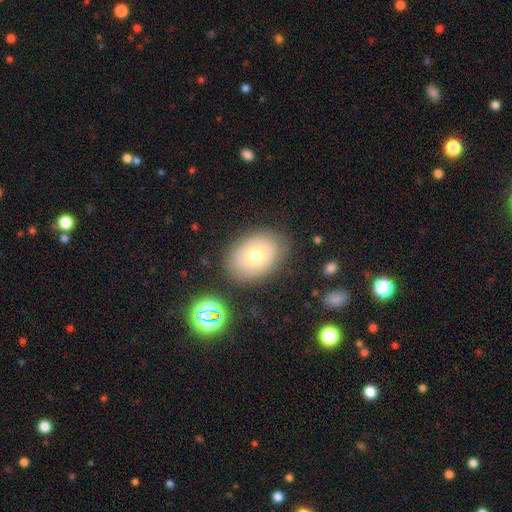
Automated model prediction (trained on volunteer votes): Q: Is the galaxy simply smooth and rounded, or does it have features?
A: smooth — 61%.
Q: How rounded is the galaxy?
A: in between — 70%.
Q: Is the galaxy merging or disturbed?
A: none — 80%.